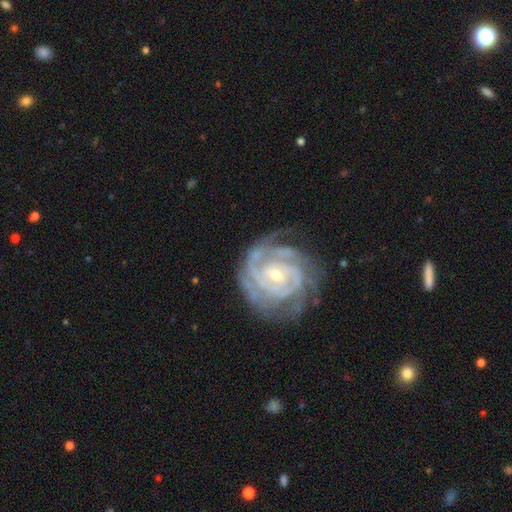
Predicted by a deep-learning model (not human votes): featured or disk 90%, star or artifact 5%, smooth 5%. Down the decision tree: edge-on disk — no (97%); bar — no (58%); spiral arms — yes (97%); spiral arm count — 3 (26%); spiral winding — tight (76%); bulge size — small (59%); merging — none (66%).